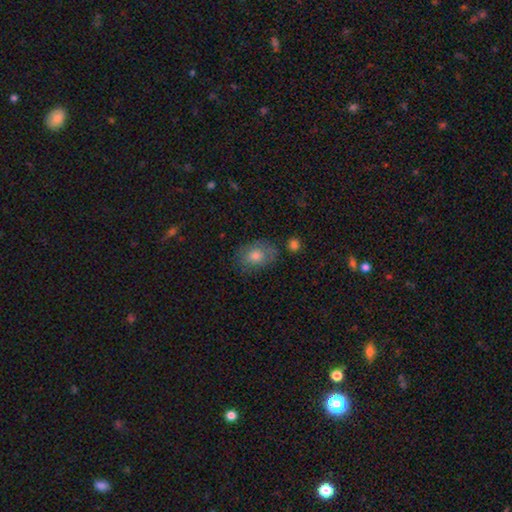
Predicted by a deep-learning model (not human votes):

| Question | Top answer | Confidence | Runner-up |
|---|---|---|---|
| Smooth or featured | smooth | 71% | featured or disk (18%) |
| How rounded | in between | 73% | round (25%) |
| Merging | none | 75% | minor disturbance (18%) |